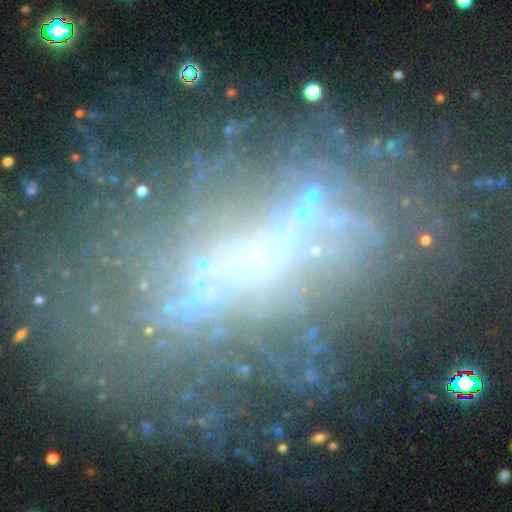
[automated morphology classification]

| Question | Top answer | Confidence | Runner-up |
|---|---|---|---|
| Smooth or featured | featured or disk | 61% | star or artifact (21%) |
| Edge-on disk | no | 87% | yes (13%) |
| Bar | no | 66% | weak (19%) |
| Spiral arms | no | 63% | yes (37%) |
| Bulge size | small | 62% | none (25%) |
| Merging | none | 52% | major disturbance (23%) |